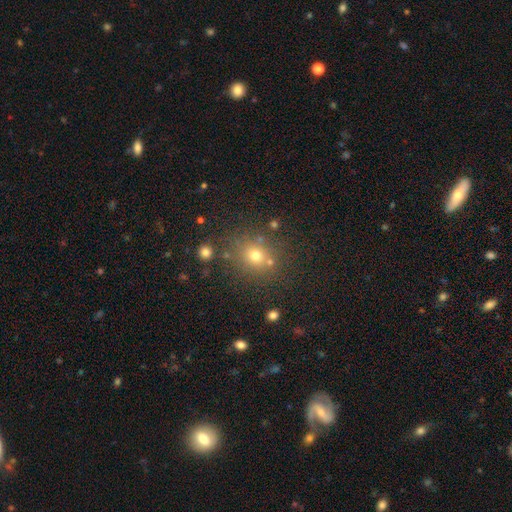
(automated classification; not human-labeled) The model was most divided on "smooth or featured": smooth: 69%, star or artifact: 20%, featured or disk: 11%. More confident: how rounded — round (79%); merging — none (77%).